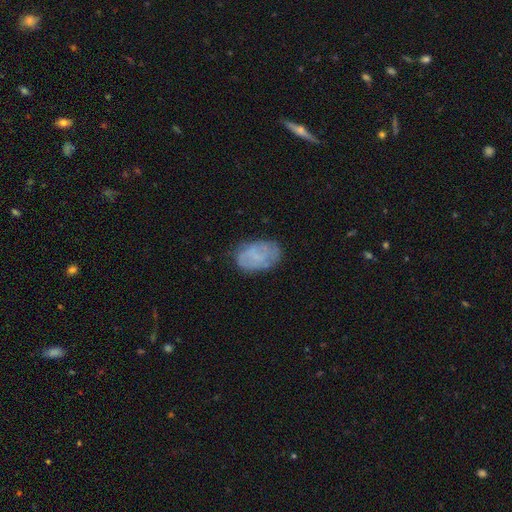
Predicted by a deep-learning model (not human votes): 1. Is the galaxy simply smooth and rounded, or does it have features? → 48% smooth, 43% featured or disk, 9% star or artifact.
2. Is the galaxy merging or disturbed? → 69% none, 21% minor disturbance, 8% major disturbance, 2% merger.